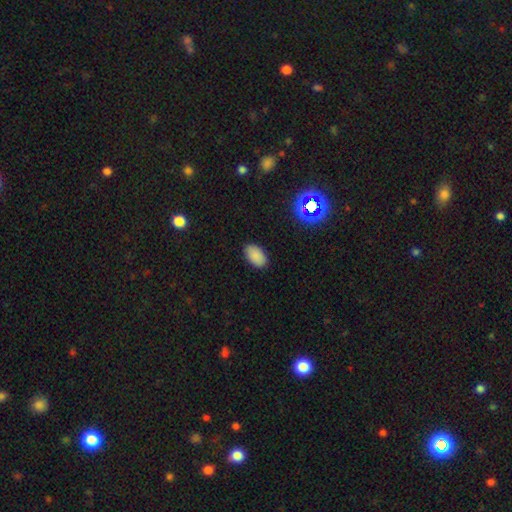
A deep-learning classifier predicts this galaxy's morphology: Q: Smooth or featured?
A: smooth (84%); runner-up: star or artifact (11%)
Q: How rounded?
A: in between (93%); runner-up: round (6%)
Q: Merging?
A: none (88%); runner-up: minor disturbance (9%)